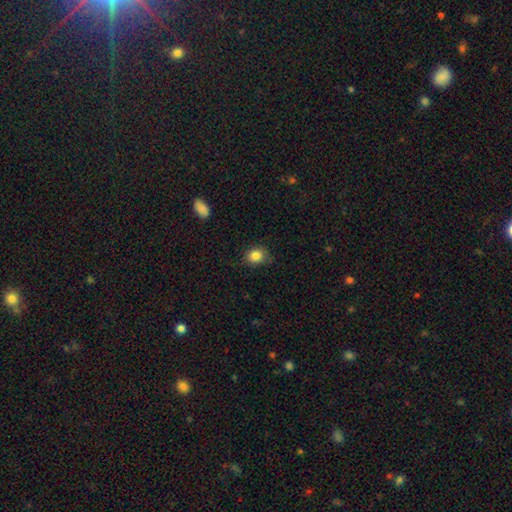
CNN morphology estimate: The model was most divided on "how rounded": round: 61%, in between: 38%, cigar-shaped: 1%. More confident: smooth or featured — smooth (85%); merging — none (78%).